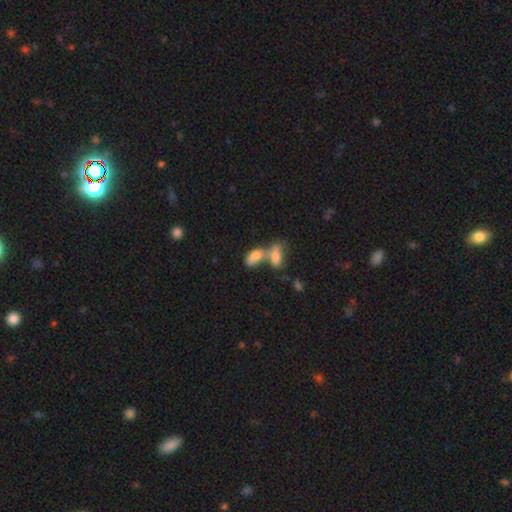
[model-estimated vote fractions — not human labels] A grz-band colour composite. It shows a smooth galaxy with no disk features (75%) that is in between round and cigar-shaped (85%). Merging: merger (68%).